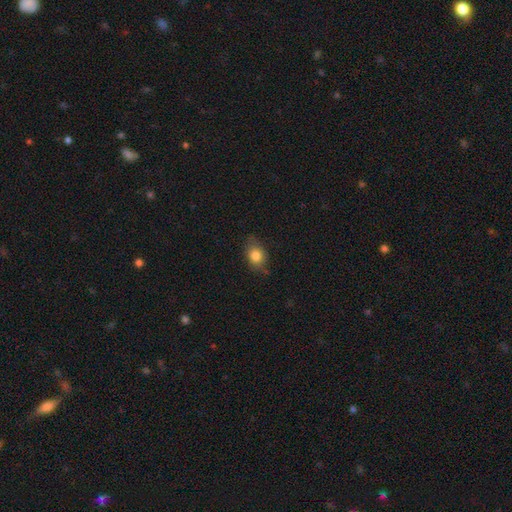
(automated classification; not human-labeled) smooth-or-featured: smooth: 80% | featured or disk: 10% | star or artifact: 9%
  how-rounded: in between: 67% | round: 31% | cigar-shaped: 2%
  merging: none: 71% | minor disturbance: 23% | major disturbance: 5% | merger: 1%